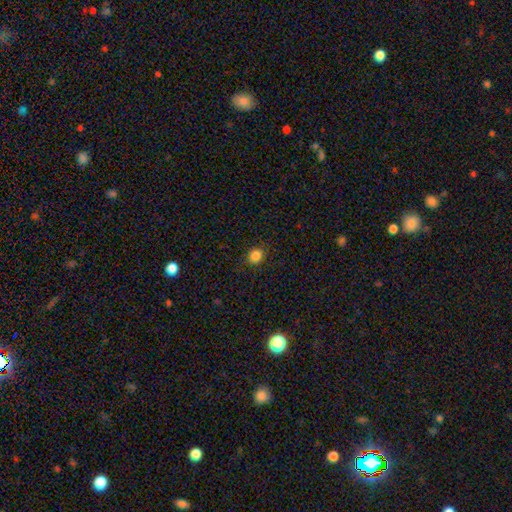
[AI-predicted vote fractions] A smooth galaxy with no disk features (84%) that is round (79%). Merging: none (87%).